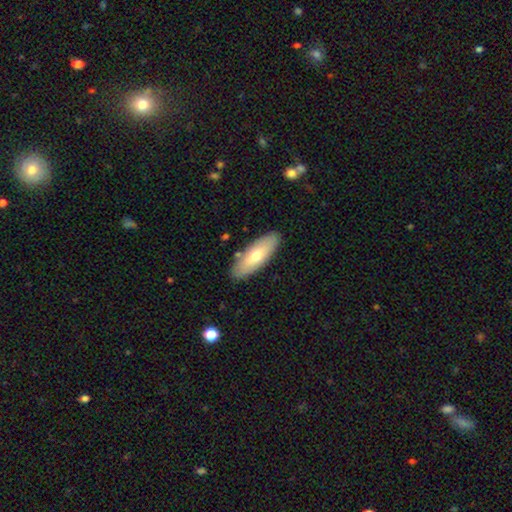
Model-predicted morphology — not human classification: A smooth galaxy with no disk features (66%) that is in between round and cigar-shaped (65%). Merging: none (86%).